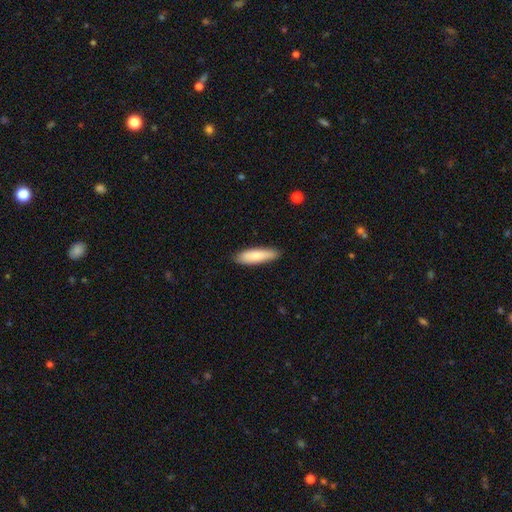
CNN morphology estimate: This appears to be a smooth galaxy with no disk features (82%) that is cigar-shaped (66%). Merging: none (86%).